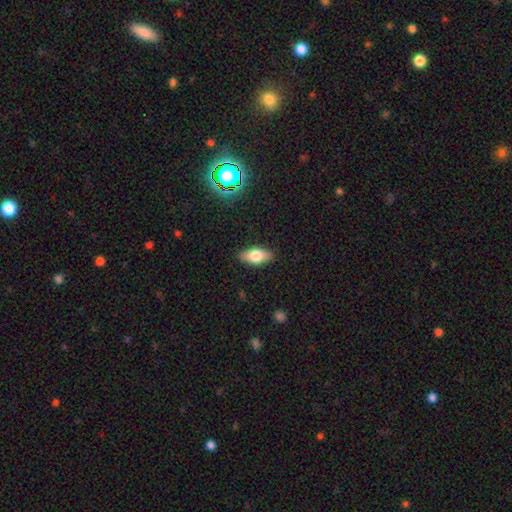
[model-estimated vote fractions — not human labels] smooth 69%, featured or disk 22%, star or artifact 8%. Down the decision tree: how rounded — in between (85%); merging — none (87%).